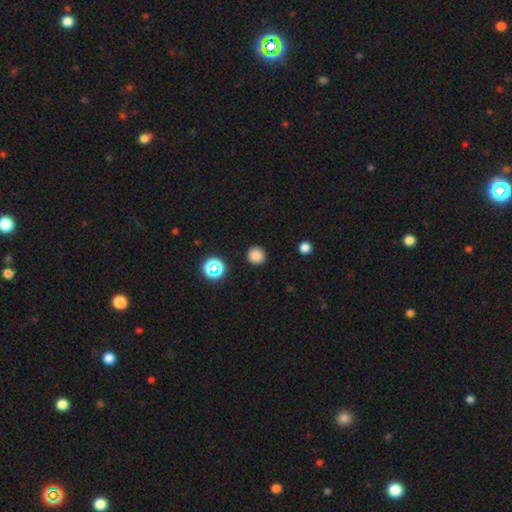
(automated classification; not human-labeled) Morphology: type=smooth (82%); roundness=round (90%); merging=none (90%).